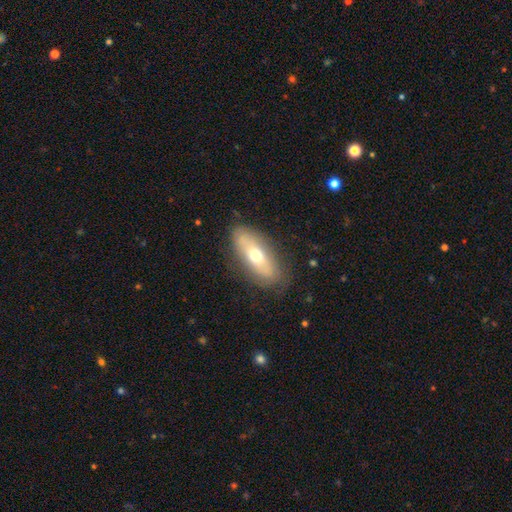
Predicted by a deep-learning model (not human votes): Q: Smooth or featured?
A: smooth (55%); runner-up: featured or disk (38%)
Q: How rounded?
A: in between (69%); runner-up: cigar-shaped (27%)
Q: Merging?
A: none (80%); runner-up: minor disturbance (15%)